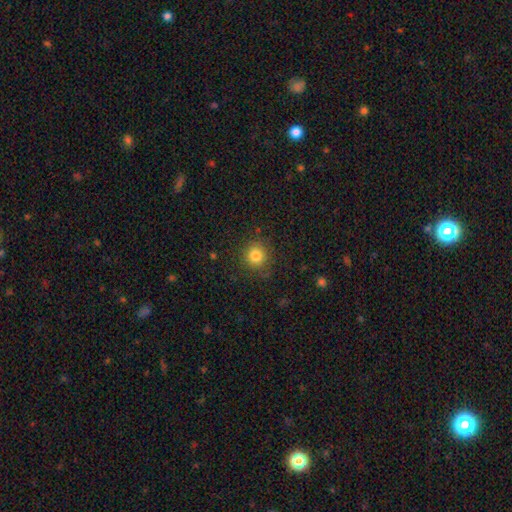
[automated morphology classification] smooth 82%, star or artifact 12%, featured or disk 6%. Down the decision tree: how rounded — round (91%); merging — none (85%).